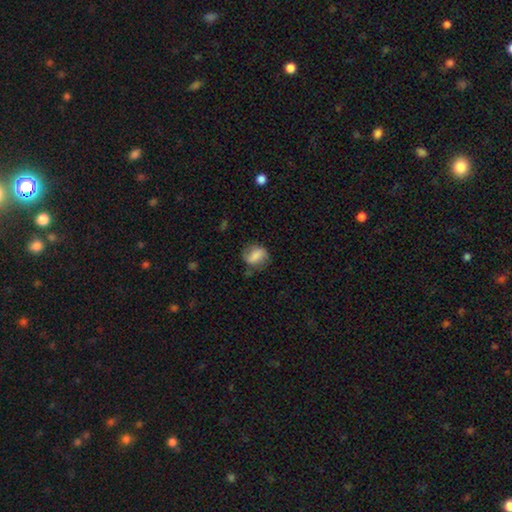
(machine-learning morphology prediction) This appears to be a smooth galaxy with no disk features (62%) that is in between round and cigar-shaped (54%). Merging: none (63%).